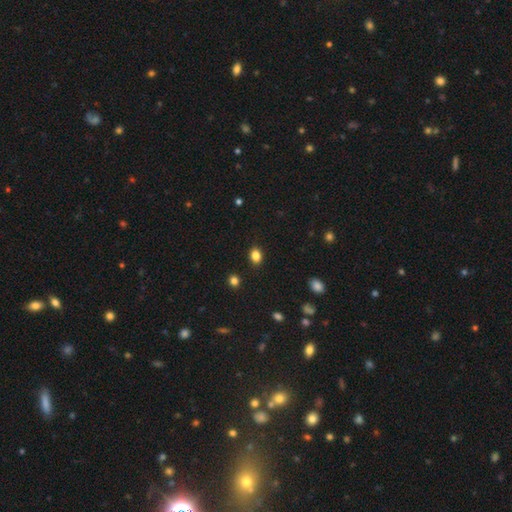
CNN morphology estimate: A smooth galaxy with no disk features (84%) that is in between round and cigar-shaped (59%).

Vote fractions:
- Smooth or featured? smooth: 84% / star or artifact: 11% / featured or disk: 4%
- How rounded? in between: 59% / round: 40% / cigar-shaped: 1%
- Merging? none: 88% / minor disturbance: 8% / major disturbance: 2% / merger: 1%